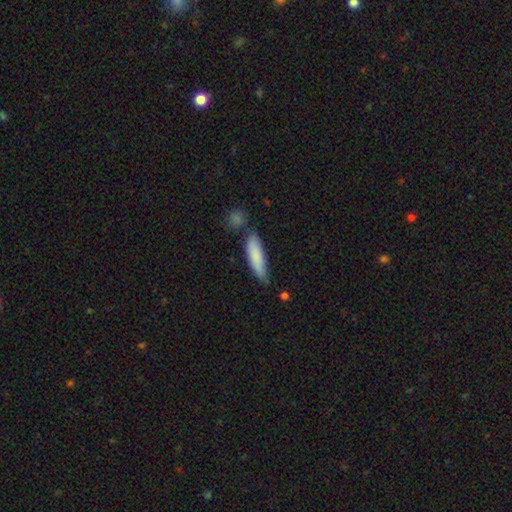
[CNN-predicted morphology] A smooth galaxy with no disk features (82%) that is cigar-shaped (66%).

Vote fractions:
- Smooth or featured? smooth: 82% / featured or disk: 12% / star or artifact: 6%
- How rounded? cigar-shaped: 66% / in between: 32% / round: 2%
- Merging? none: 67% / minor disturbance: 20% / merger: 9% / major disturbance: 4%